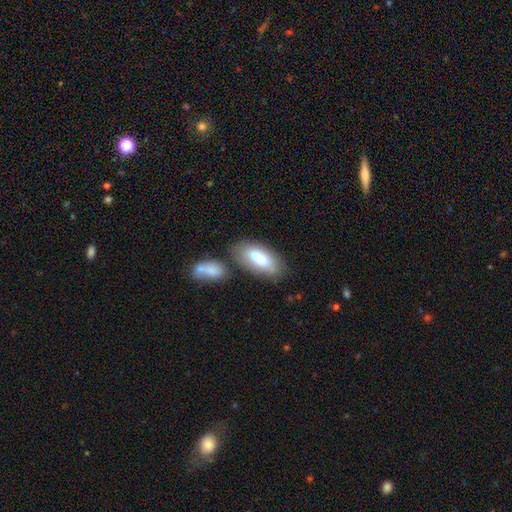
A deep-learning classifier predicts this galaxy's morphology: smooth_or_featured: smooth (p=0.72) [alt: featured or disk p=0.21]
how_rounded: in between (p=0.83) [alt: cigar-shaped p=0.14]
merging: none (p=0.58) [alt: merger p=0.18]